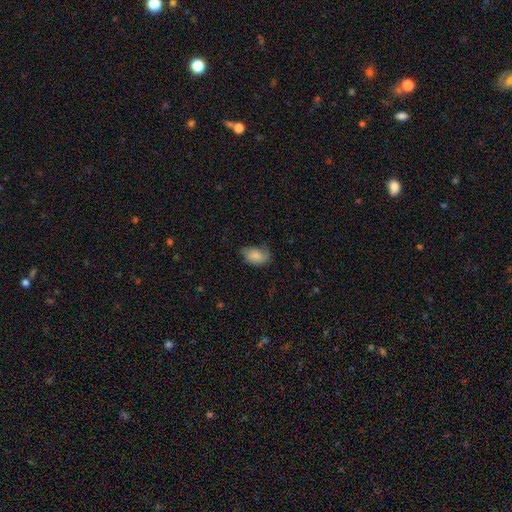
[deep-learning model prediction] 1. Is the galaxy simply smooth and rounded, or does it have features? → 80% smooth, 12% featured or disk, 7% star or artifact.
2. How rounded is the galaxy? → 89% in between, 10% round, 1% cigar-shaped.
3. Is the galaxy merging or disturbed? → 58% none, 31% minor disturbance, 9% major disturbance, 1% merger.